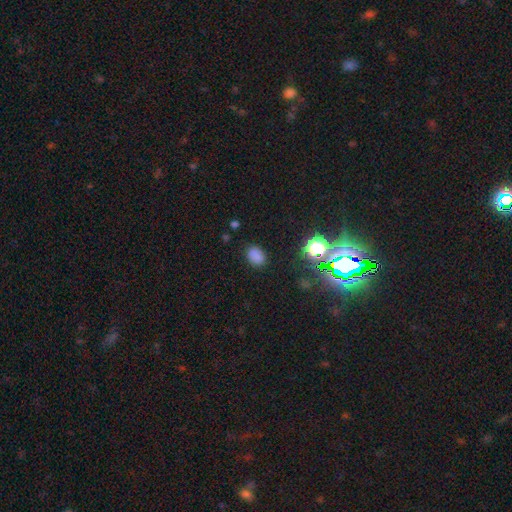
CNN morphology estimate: smooth 77%, star or artifact 18%, featured or disk 5%. Down the decision tree: how rounded — in between (72%); merging — none (82%).